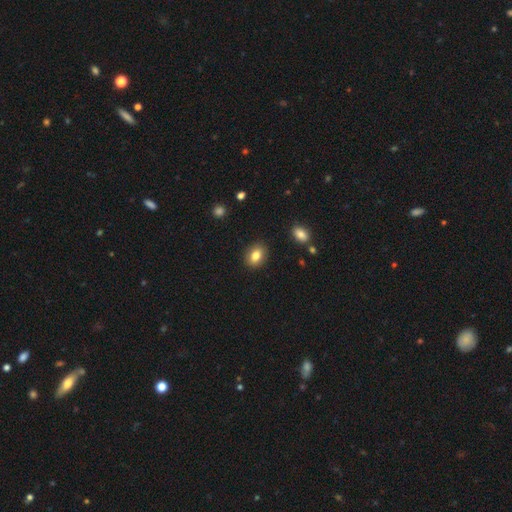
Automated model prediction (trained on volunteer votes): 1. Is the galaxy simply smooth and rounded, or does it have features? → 83% smooth, 9% star or artifact, 9% featured or disk.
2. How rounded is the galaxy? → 69% in between, 30% round, 1% cigar-shaped.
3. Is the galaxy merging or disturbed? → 88% none, 9% minor disturbance, 2% major disturbance, 1% merger.